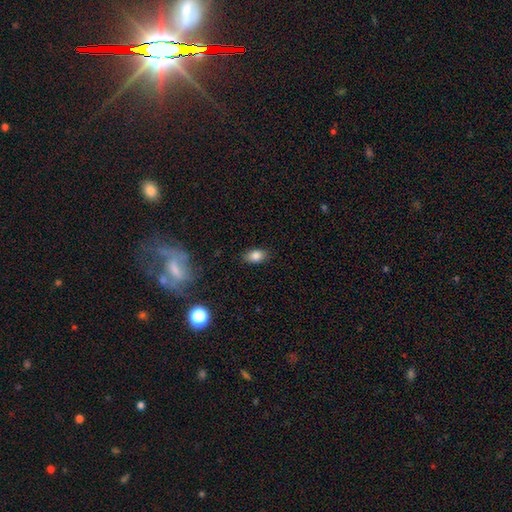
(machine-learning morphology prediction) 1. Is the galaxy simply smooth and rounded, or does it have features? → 84% smooth, 10% star or artifact, 7% featured or disk.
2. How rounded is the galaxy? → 87% in between, 11% round, 2% cigar-shaped.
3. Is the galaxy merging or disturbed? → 85% none, 11% minor disturbance, 3% major disturbance, 1% merger.